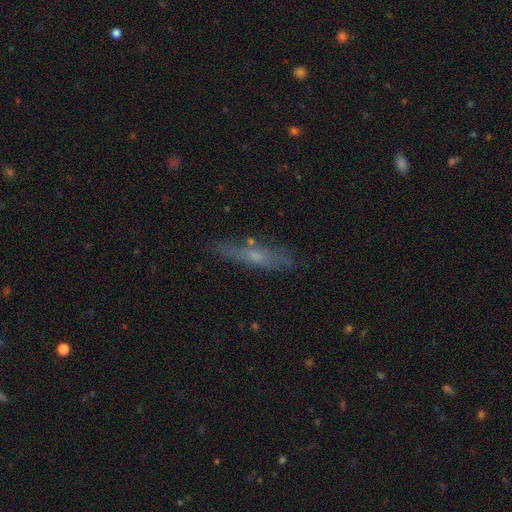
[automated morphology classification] smooth_or_featured: smooth (p=0.46) [alt: featured or disk p=0.44]
merging: none (p=0.75) [alt: minor disturbance p=0.17]